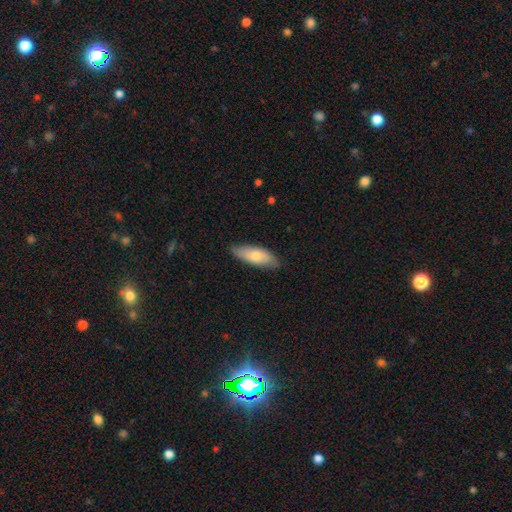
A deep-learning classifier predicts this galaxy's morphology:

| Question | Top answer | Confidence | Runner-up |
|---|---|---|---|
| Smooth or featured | smooth | 72% | featured or disk (23%) |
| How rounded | in between | 70% | cigar-shaped (28%) |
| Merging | none | 82% | minor disturbance (15%) |